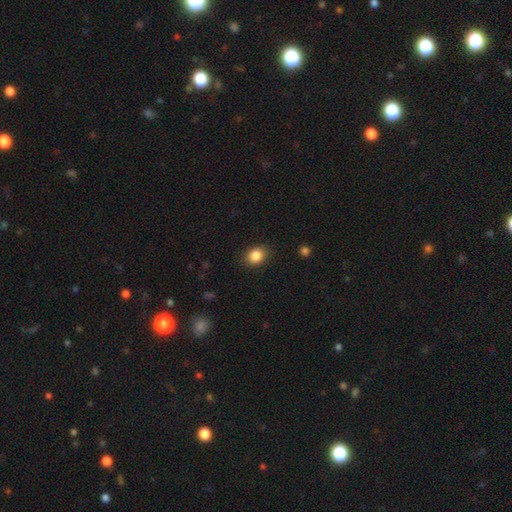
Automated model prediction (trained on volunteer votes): A smooth galaxy with no disk features (85%) that is round (50%).

Vote fractions:
- Smooth or featured? smooth: 85% / star or artifact: 10% / featured or disk: 5%
- How rounded? round: 50% / in between: 49% / cigar-shaped: 1%
- Merging? none: 86% / minor disturbance: 11% / major disturbance: 3% / merger: 1%